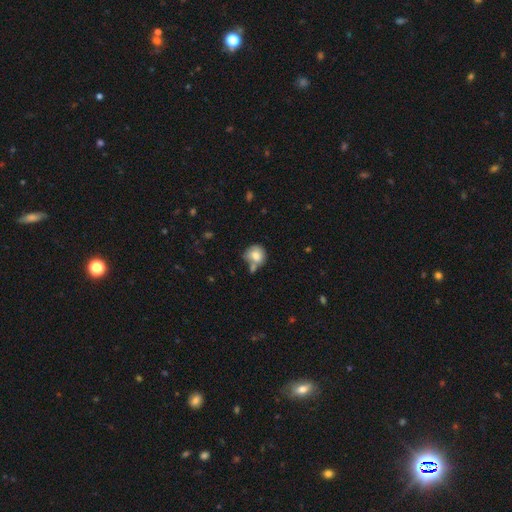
A smooth galaxy with no disk features (74%) that is round (79%).

Vote fractions:
- Smooth or featured? smooth: 74% / featured or disk: 18% / star or artifact: 8%
- How rounded? round: 79% / in between: 21% / cigar-shaped: 0%
- Merging? minor disturbance: 36% / merger: 28% / none: 22% / major disturbance: 14%